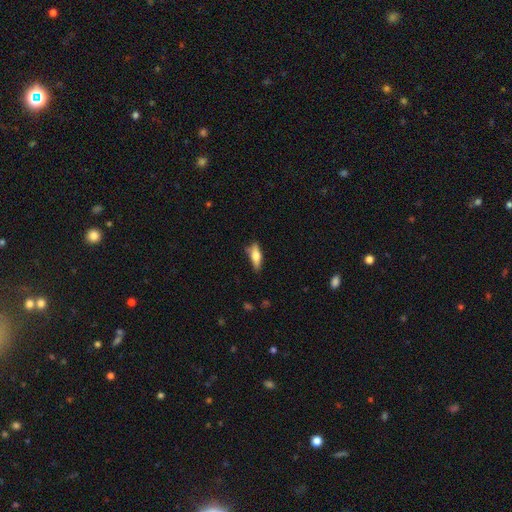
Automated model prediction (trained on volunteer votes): This appears to be a smooth galaxy with no disk features (62%) that is in between round and cigar-shaped (51%). Merging: none (69%).